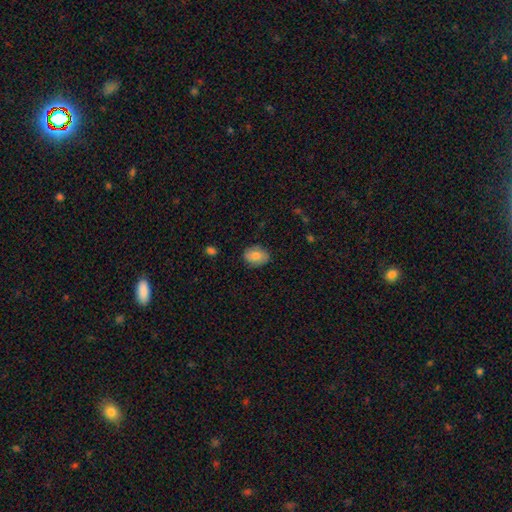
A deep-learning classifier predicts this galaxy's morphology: This is likely a smooth galaxy (79%). How rounded: likely in between (70%). Merging: clearly none (84%).